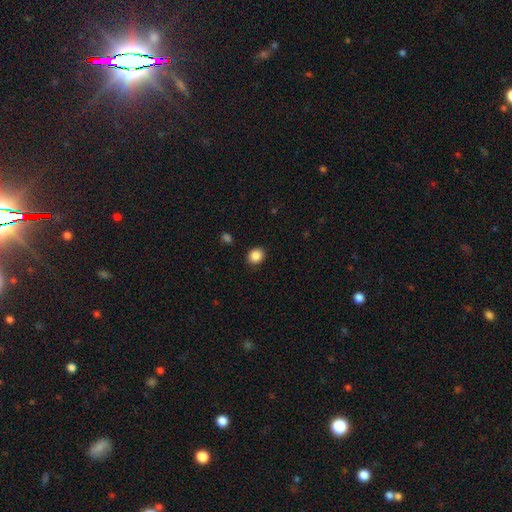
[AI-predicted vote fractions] smooth 88%, star or artifact 9%, featured or disk 3%. Down the decision tree: how rounded — round (72%); merging — none (90%).